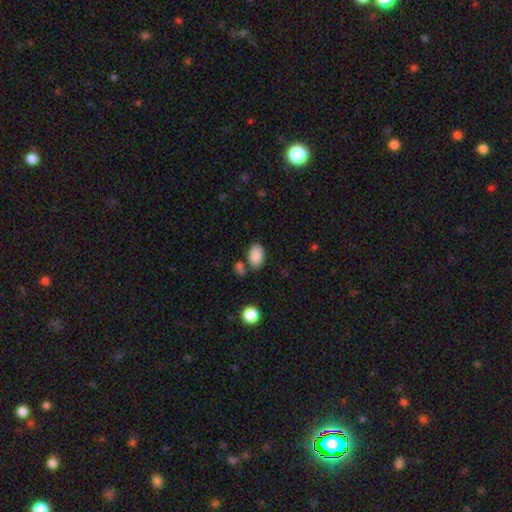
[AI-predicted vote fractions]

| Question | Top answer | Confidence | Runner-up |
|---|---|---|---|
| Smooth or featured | smooth | 88% | star or artifact (8%) |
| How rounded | in between | 90% | round (9%) |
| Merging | none | 70% | minor disturbance (15%) |